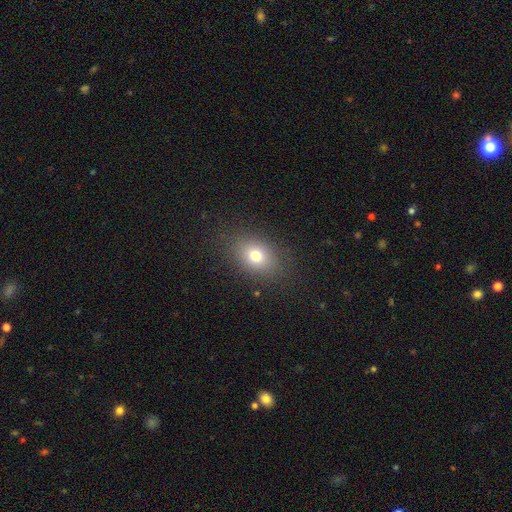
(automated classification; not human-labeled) smooth 75%, star or artifact 13%, featured or disk 12%. Down the decision tree: how rounded — in between (68%); merging — none (85%).